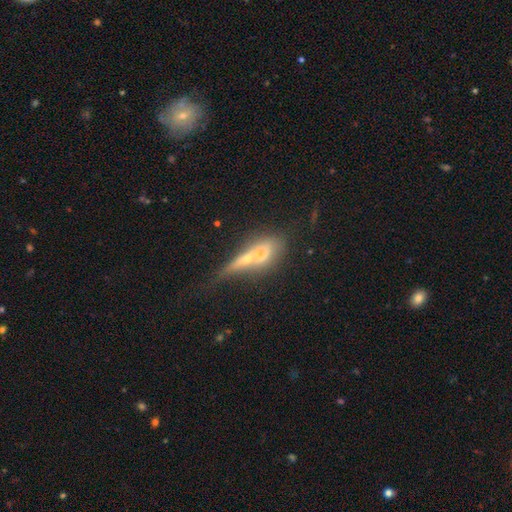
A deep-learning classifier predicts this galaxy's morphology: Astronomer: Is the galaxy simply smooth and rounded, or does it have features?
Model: featured or disk — 50% (runner-up: smooth, 38%).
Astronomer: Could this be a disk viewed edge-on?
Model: yes — 52% (runner-up: no, 48%).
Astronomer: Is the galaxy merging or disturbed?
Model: merger — 48% (runner-up: none, 27%).